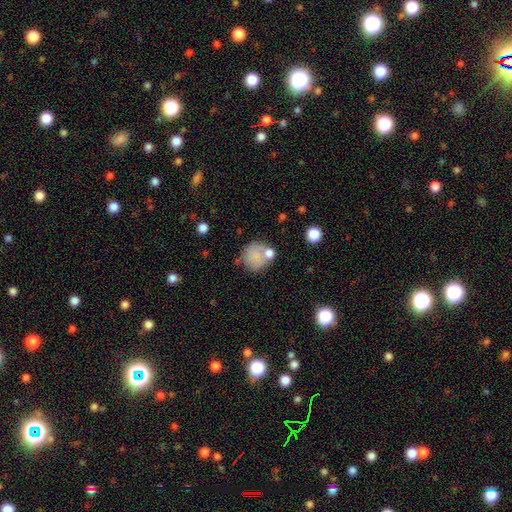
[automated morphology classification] This appears to be a smooth galaxy with no disk features (76%) that is round (86%). Merging: none (55%).